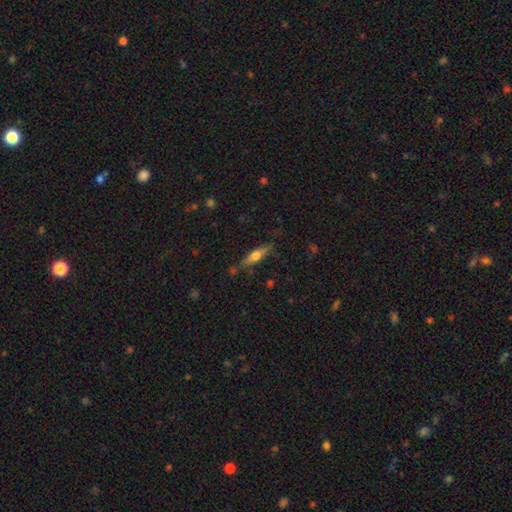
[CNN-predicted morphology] Smooth or featured? Predicted: smooth (p=0.50). How rounded? Predicted: cigar-shaped (p=0.72). Merging? Predicted: none (p=0.77).